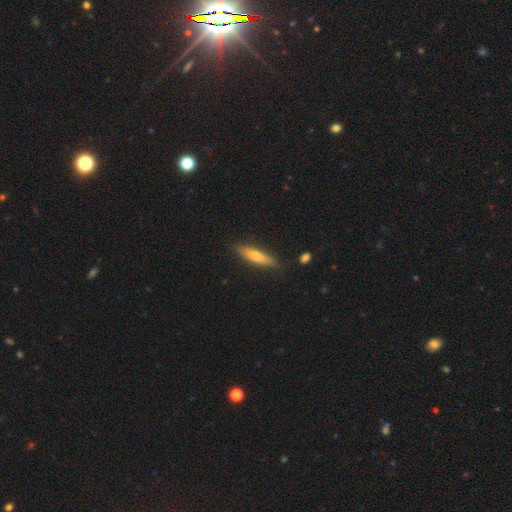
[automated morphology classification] A smooth galaxy with no disk features (61%) that is cigar-shaped (78%). Merging: none (87%).